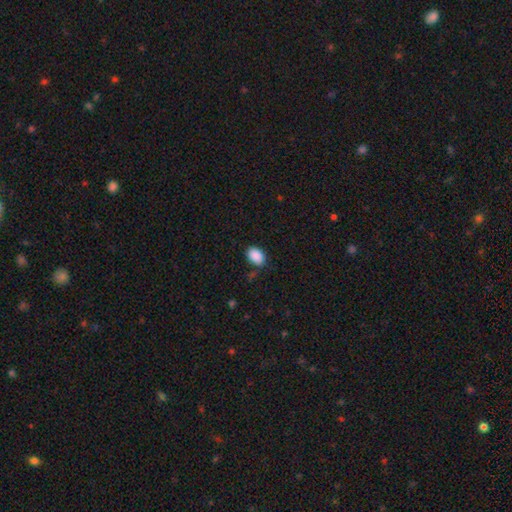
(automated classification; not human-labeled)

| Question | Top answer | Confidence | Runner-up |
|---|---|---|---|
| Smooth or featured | smooth | 90% | star or artifact (8%) |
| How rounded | in between | 83% | round (16%) |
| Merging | none | 80% | minor disturbance (14%) |